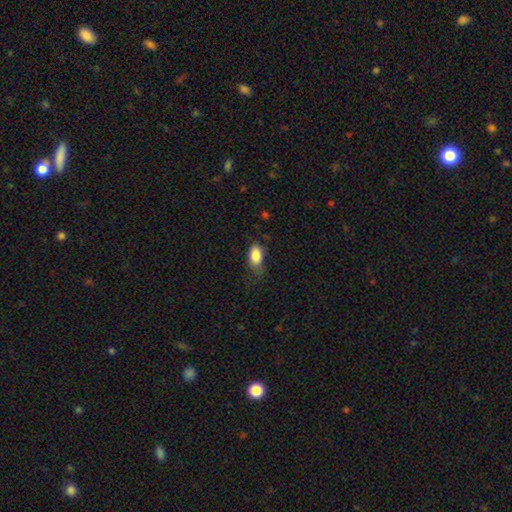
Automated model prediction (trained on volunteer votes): smooth_or_featured: smooth (p=0.85) [alt: star or artifact p=0.08]
how_rounded: in between (p=0.91) [alt: round p=0.07]
merging: none (p=0.59) [alt: minor disturbance p=0.29]